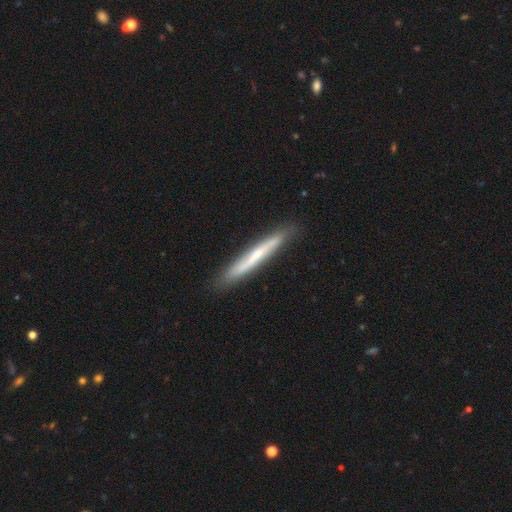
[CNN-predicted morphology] A featured or disk galaxy (50%) viewed edge-on (89%). Merging: none (86%).